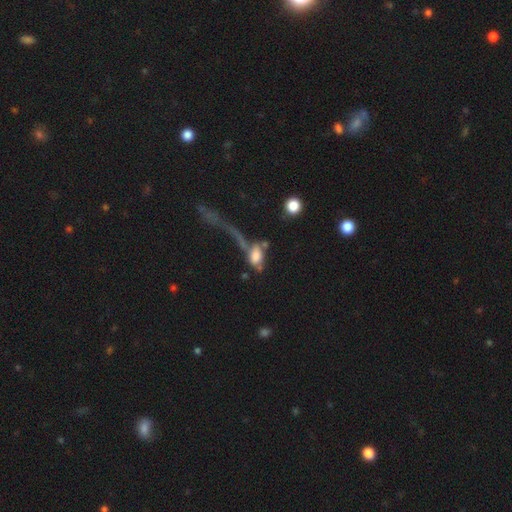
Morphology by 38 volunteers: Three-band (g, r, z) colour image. It shows a smooth galaxy with no disk features (82%) that is in between round and cigar-shaped (90%). Merging: major disturbance (61%).